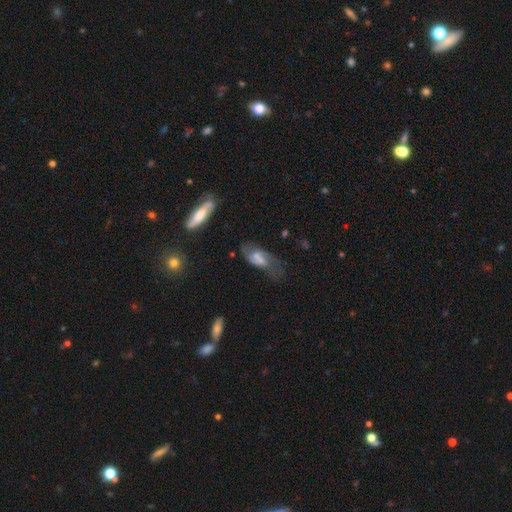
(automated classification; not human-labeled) Morphology: type=featured or disk (52%); edge-on=no (81%); merging=none (55%).